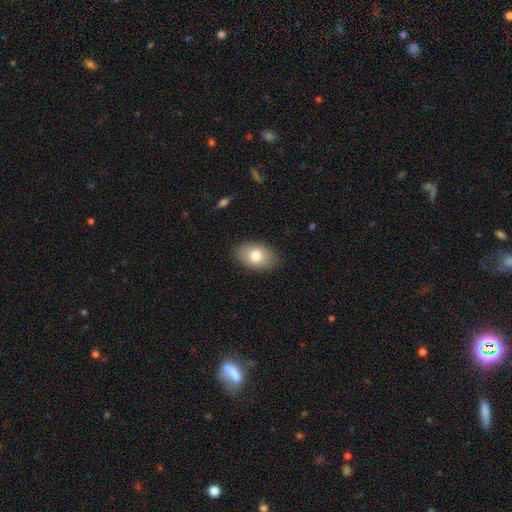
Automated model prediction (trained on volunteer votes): The model was most divided on "smooth or featured": smooth: 80%, featured or disk: 13%, star or artifact: 7%. More confident: how rounded — in between (88%); merging — none (85%).